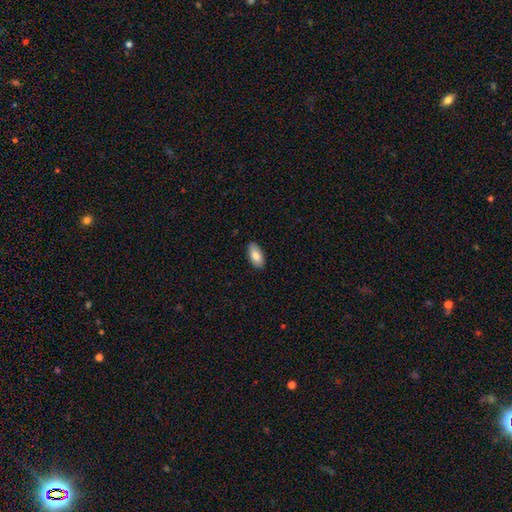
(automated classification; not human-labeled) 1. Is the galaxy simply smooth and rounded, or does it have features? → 83% smooth, 11% featured or disk, 6% star or artifact.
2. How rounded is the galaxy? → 92% in between, 6% cigar-shaped, 2% round.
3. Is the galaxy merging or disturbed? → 87% none, 10% minor disturbance, 2% major disturbance, 1% merger.